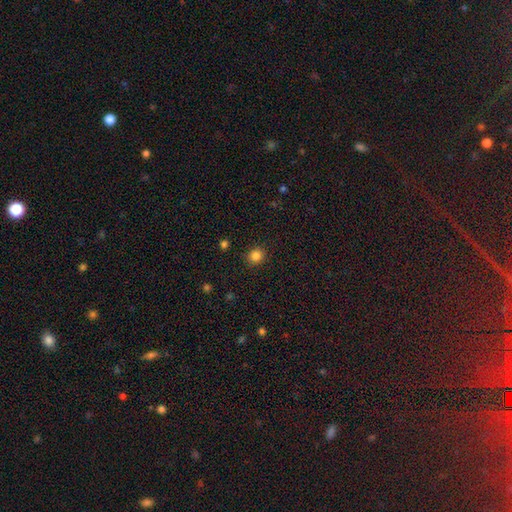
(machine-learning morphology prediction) Q: Smooth or featured?
A: smooth (84%); runner-up: star or artifact (12%)
Q: How rounded?
A: round (85%); runner-up: in between (14%)
Q: Merging?
A: none (90%); runner-up: minor disturbance (7%)